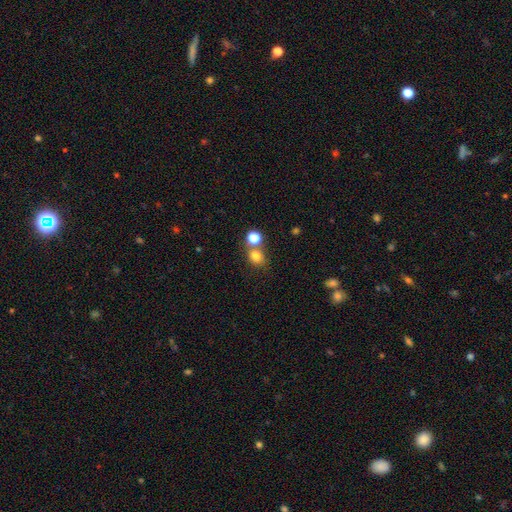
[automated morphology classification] This is likely a smooth galaxy (78%). How rounded: likely round (72%). Merging: possibly none (59%).